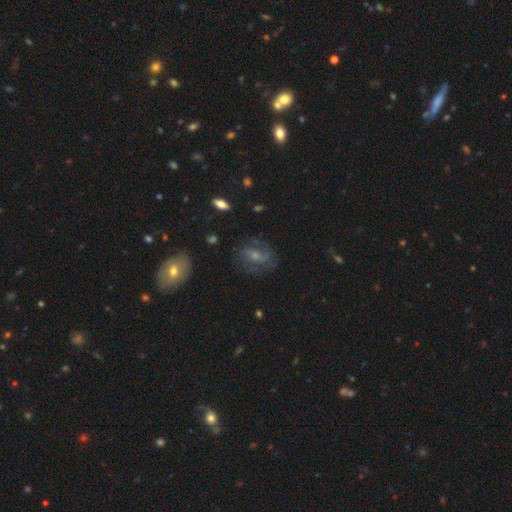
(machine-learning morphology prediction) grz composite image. It shows a featured or disk galaxy (67%) with a weak bar (45%), 2 (63%) medium (48%) spiral arms (86%) and a small central bulge (51%). Merging: none (71%).